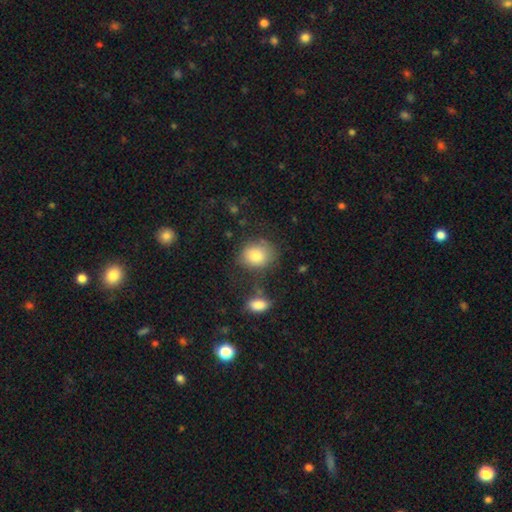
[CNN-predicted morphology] Smooth or featured: smooth — 81% (featured or disk — 10%)
How rounded: round — 54% (in between — 45%)
Merging: none — 65% (minor disturbance — 19%)